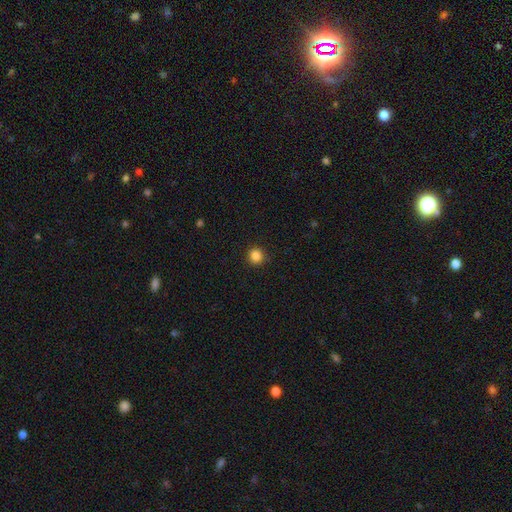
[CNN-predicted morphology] The model was most divided on "smooth or featured": smooth: 86%, star or artifact: 11%, featured or disk: 3%. More confident: how rounded — round (94%); merging — none (92%).